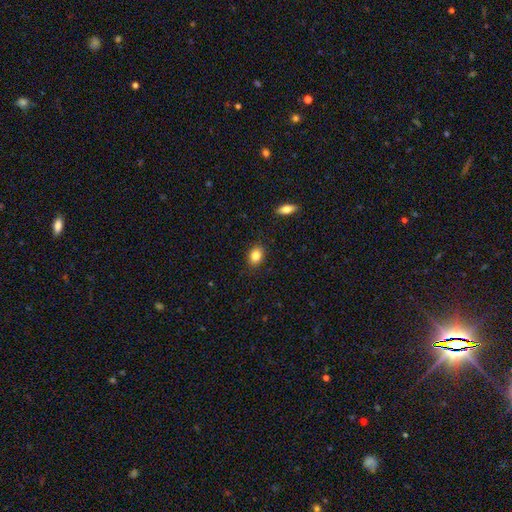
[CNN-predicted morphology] Smooth or featured: smooth — 84% (star or artifact — 9%)
How rounded: in between — 69% (round — 30%)
Merging: none — 87% (minor disturbance — 9%)